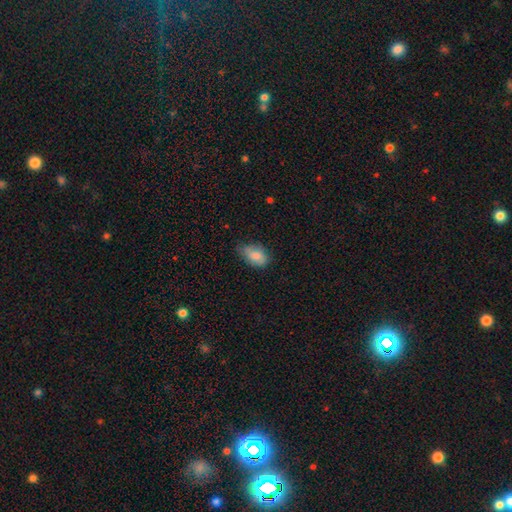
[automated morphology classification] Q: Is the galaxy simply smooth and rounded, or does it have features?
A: smooth — 82%.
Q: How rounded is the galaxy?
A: in between — 90%.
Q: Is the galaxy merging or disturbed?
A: none — 55%.